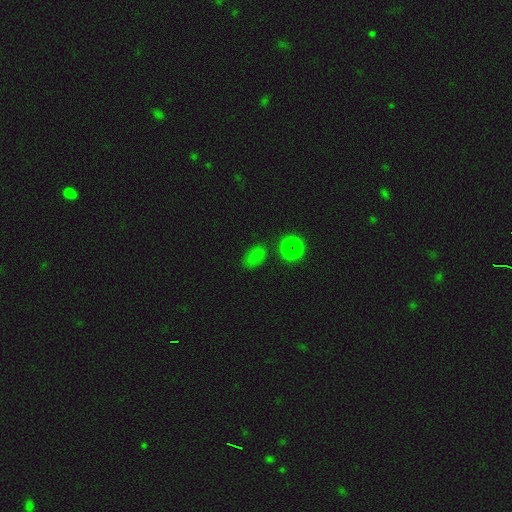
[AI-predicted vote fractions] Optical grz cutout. It shows a smooth galaxy with no disk features (70%) that is in between round and cigar-shaped (80%). Merging: none (76%).